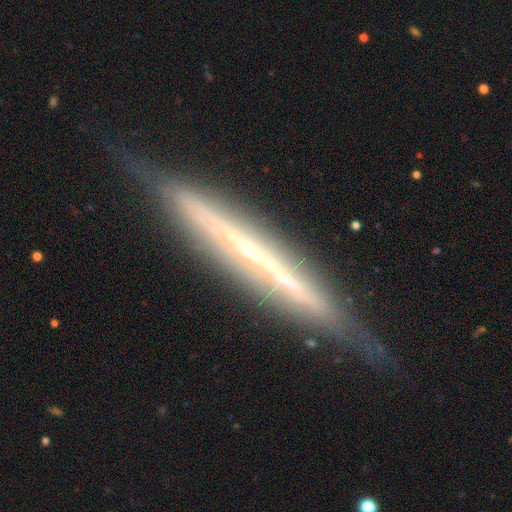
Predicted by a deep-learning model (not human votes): This appears to be a featured or disk galaxy (80%) viewed edge-on (95%) with no central bulge (77%). Merging: none (81%).